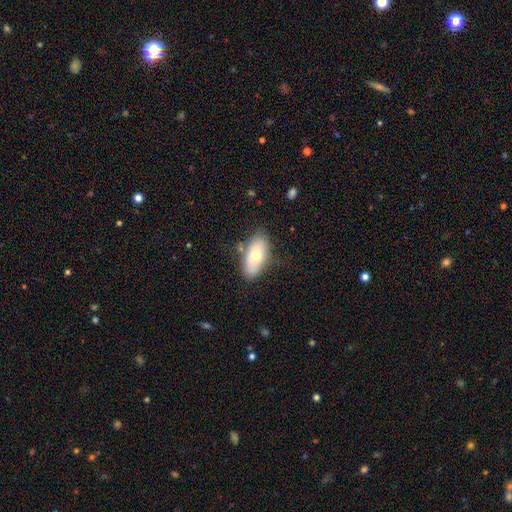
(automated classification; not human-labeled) Smooth or featured? smooth (66%)
How rounded? in between (90%)
Merging? none (73%)